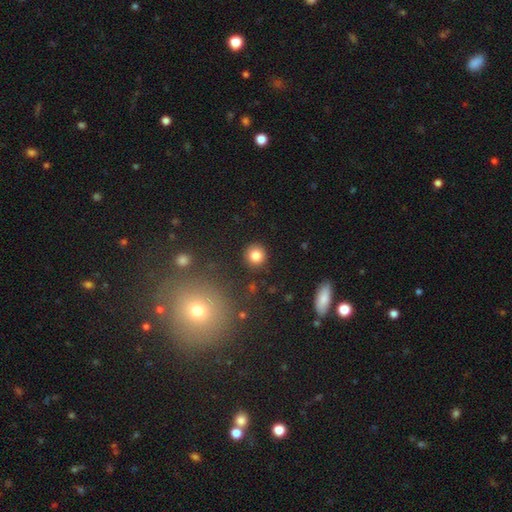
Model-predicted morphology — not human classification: The model was most divided on "smooth or featured": smooth: 83%, star or artifact: 11%, featured or disk: 7%. More confident: how rounded — round (92%); merging — none (90%).